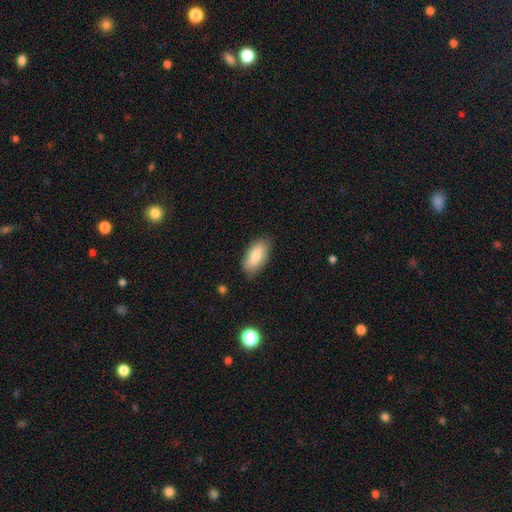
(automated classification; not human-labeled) This appears to be a smooth galaxy with no disk features (78%) that is in between round and cigar-shaped (91%). Merging: none (81%).